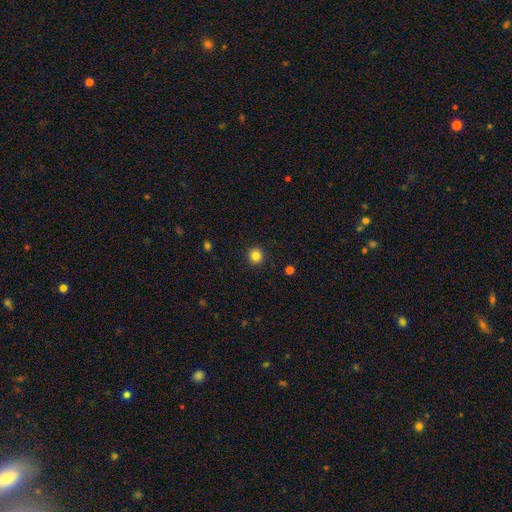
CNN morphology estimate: Q: Smooth or featured?
A: smooth (84%); runner-up: star or artifact (12%)
Q: How rounded?
A: round (94%); runner-up: in between (5%)
Q: Merging?
A: none (92%); runner-up: minor disturbance (5%)